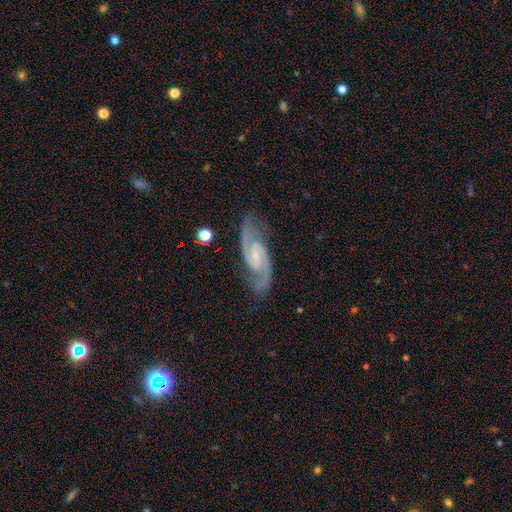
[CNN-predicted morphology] Smooth or featured? Predicted: featured or disk (p=0.92). Edge-on disk? Predicted: no (p=0.97). Bar? Predicted: weak (p=0.49). Spiral arms? Predicted: yes (p=0.99). Spiral winding? Predicted: medium (p=0.60). Spiral arm count? Predicted: 2 (p=0.93). Bulge size? Predicted: small (p=0.68). Merging? Predicted: none (p=0.81).